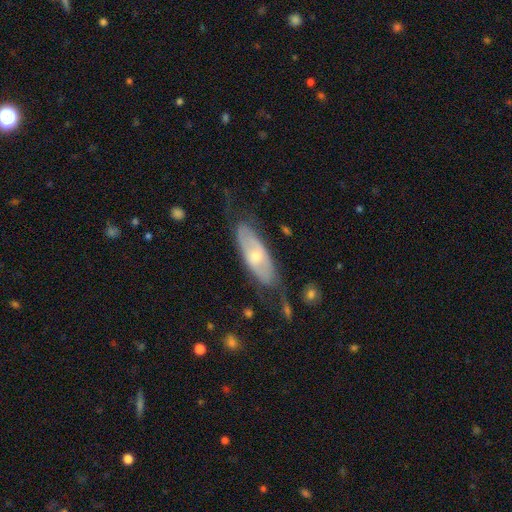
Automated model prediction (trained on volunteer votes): Q: Smooth or featured?
A: featured or disk (56%); runner-up: smooth (38%)
Q: Edge-on disk?
A: no (75%); runner-up: yes (25%)
Q: Merging?
A: none (62%); runner-up: minor disturbance (24%)